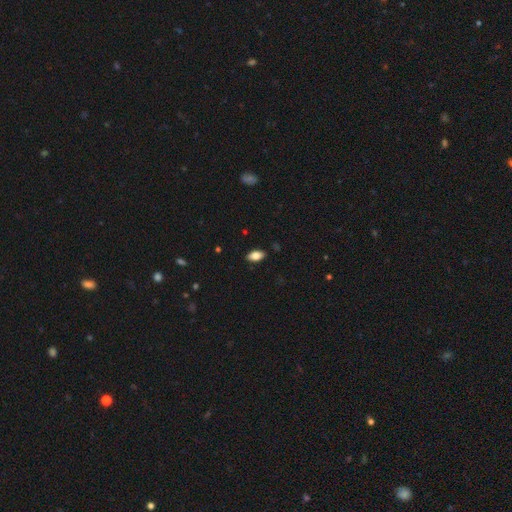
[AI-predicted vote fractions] Smooth or featured? smooth (81%)
How rounded? in between (91%)
Merging? none (88%)